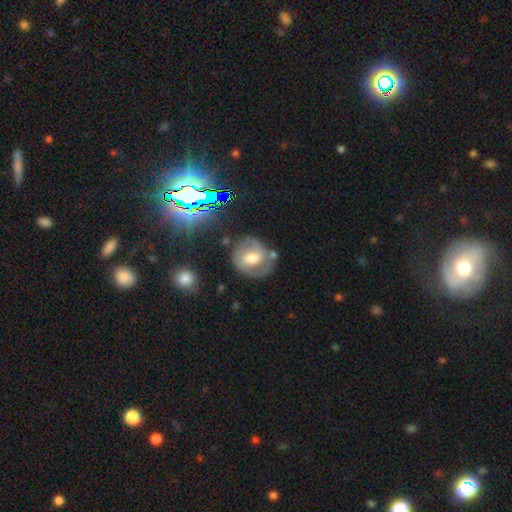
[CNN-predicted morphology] type=featured or disk (70%); edge-on=no (97%); bar=weak (47%); spiral arms=yes (85%); winding=medium (45%); arm count=2 (76%); bulge=moderate (65%); merging=none (67%).